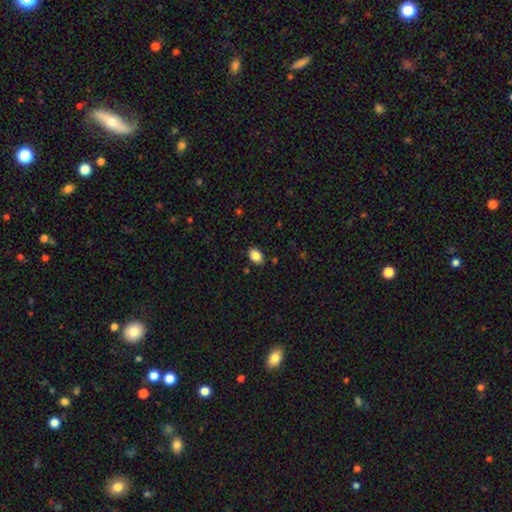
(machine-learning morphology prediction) smooth_or_featured: smooth (p=0.87) [alt: star or artifact p=0.08]
how_rounded: in between (p=0.81) [alt: round p=0.18]
merging: none (p=0.88) [alt: minor disturbance p=0.09]